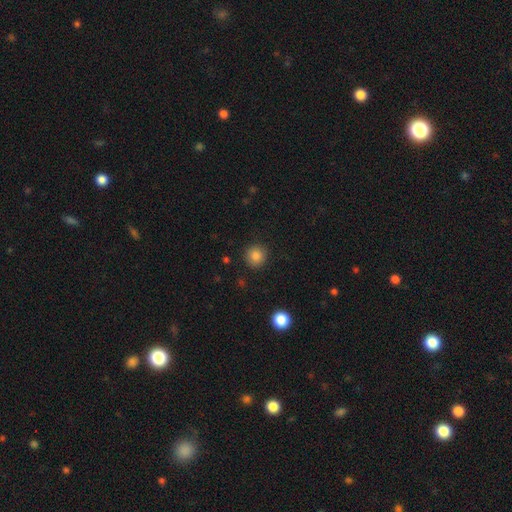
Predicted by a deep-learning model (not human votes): Smooth or featured: smooth — 85% (star or artifact — 11%)
How rounded: round — 93% (in between — 7%)
Merging: none — 90% (minor disturbance — 7%)